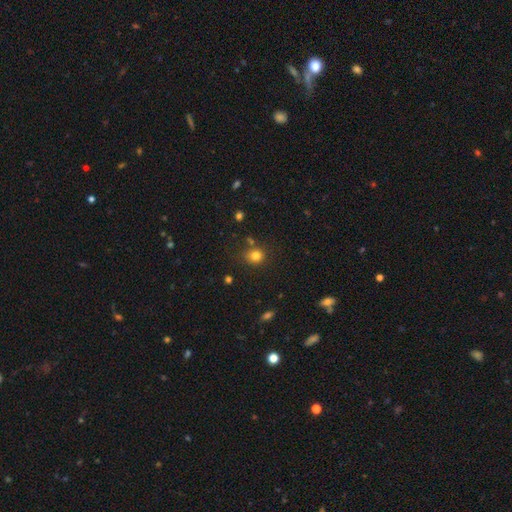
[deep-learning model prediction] This appears to be a smooth galaxy with no disk features (80%) that is round (81%). Merging: none (75%).